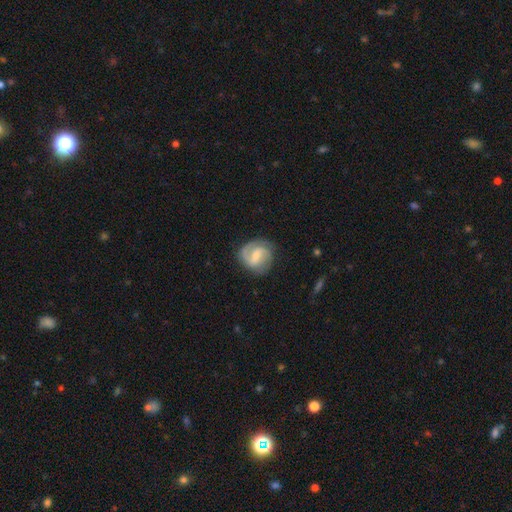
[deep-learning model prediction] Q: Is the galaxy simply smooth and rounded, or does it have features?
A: featured or disk — 75%.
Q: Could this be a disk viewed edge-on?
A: no — 98%.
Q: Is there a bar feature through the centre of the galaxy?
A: weak — 55%.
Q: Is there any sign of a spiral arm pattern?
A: yes — 94%.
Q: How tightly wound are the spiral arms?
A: medium — 47%.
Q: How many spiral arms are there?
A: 2 — 76%.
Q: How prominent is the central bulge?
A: small — 43%.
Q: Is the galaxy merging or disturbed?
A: none — 75%.